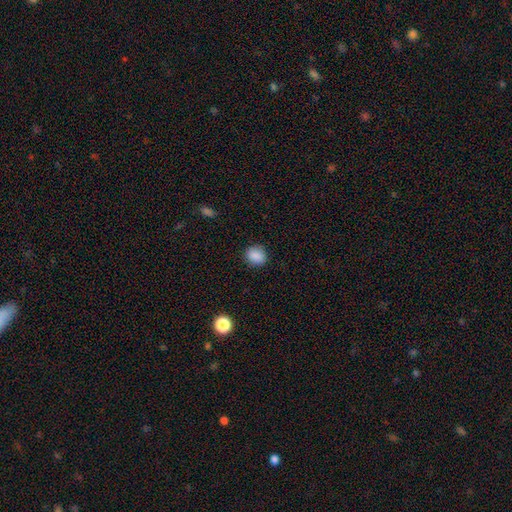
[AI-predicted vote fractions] Smooth or featured? smooth (88%)
How rounded? round (66%)
Merging? none (87%)